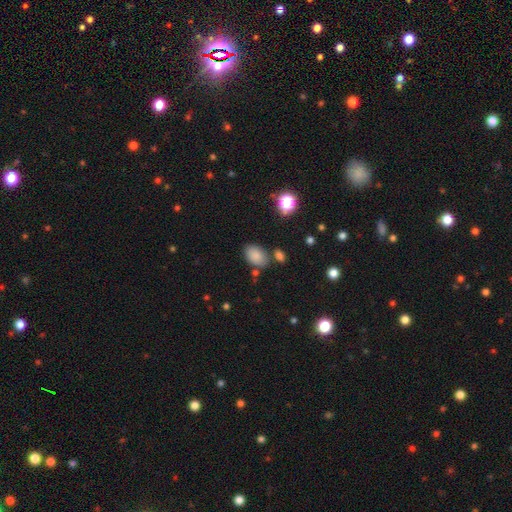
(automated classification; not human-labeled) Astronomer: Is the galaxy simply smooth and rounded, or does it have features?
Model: smooth — 83%.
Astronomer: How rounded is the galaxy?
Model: in between — 87%.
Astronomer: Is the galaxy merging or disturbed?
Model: none — 71%.